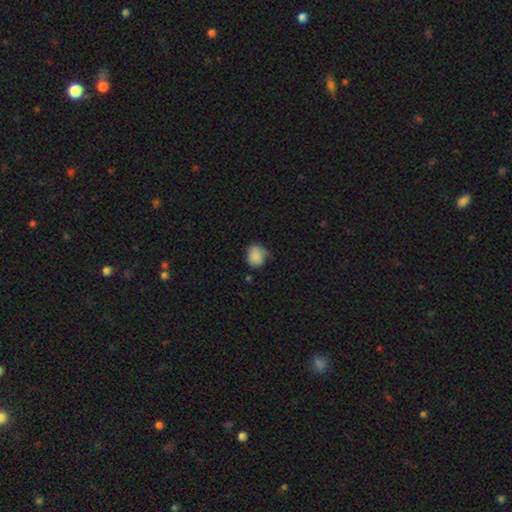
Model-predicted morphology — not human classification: Q: Smooth or featured?
A: smooth (83%); runner-up: star or artifact (8%)
Q: How rounded?
A: round (61%); runner-up: in between (38%)
Q: Merging?
A: none (50%); runner-up: minor disturbance (37%)